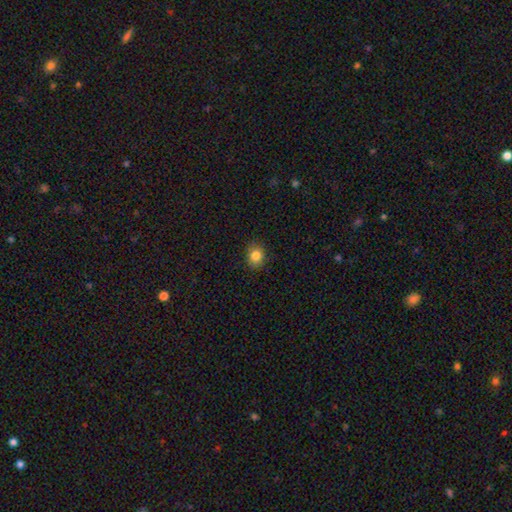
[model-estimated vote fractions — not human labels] A smooth galaxy with no disk features (83%) that is round (62%).

Vote fractions:
- Smooth or featured? smooth: 83% / star or artifact: 11% / featured or disk: 6%
- How rounded? round: 62% / in between: 37% / cigar-shaped: 1%
- Merging? none: 88% / minor disturbance: 9% / major disturbance: 2% / merger: 1%